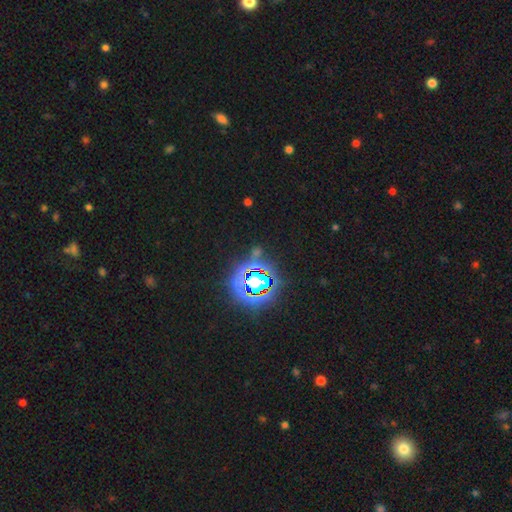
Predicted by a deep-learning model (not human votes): Smooth or featured?
  - star or artifact: 78% *
  - smooth: 14%
  - featured or disk: 9%